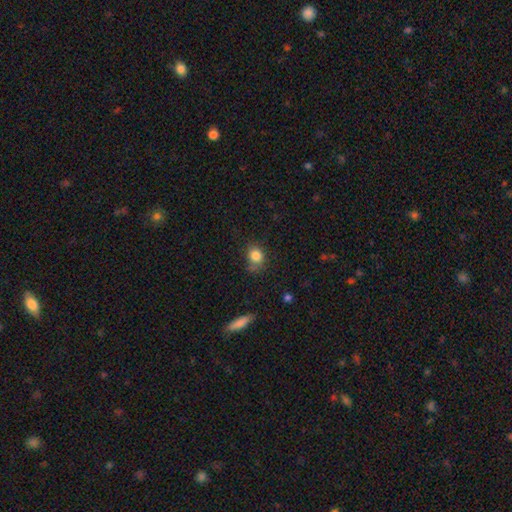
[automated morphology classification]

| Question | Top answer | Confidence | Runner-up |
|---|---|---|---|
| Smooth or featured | smooth | 83% | star or artifact (10%) |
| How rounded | round | 62% | in between (37%) |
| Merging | none | 66% | minor disturbance (22%) |